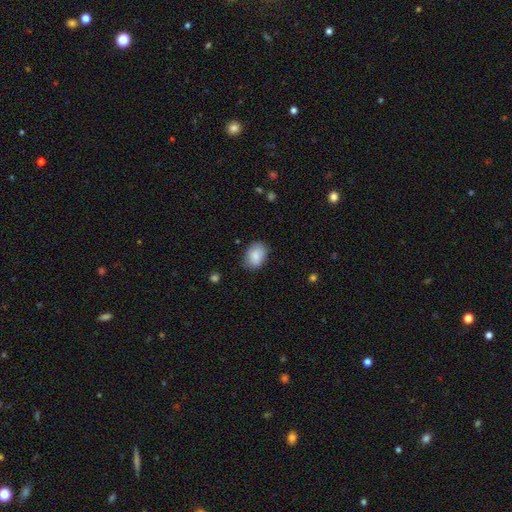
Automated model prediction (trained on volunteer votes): Smooth or featured: smooth — 86% (featured or disk — 7%)
How rounded: in between — 75% (round — 24%)
Merging: none — 79% (minor disturbance — 16%)